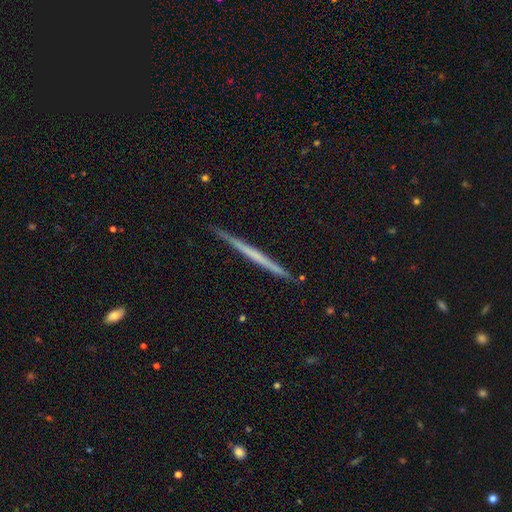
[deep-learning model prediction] Morphology: type=featured or disk (57%); edge-on=yes (98%); edge-on bulge=none (91%); merging=none (91%).